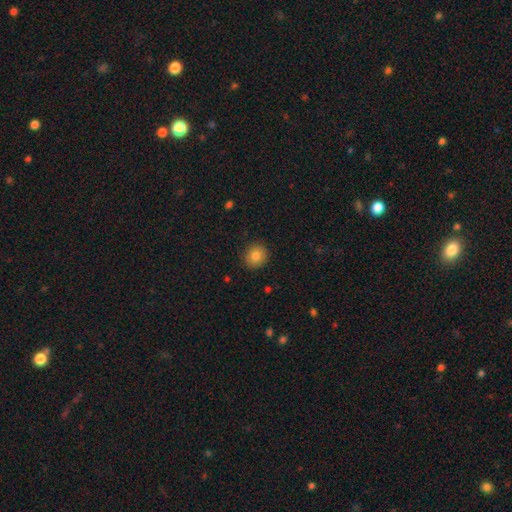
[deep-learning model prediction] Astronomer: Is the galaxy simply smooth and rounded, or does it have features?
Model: smooth — 83%.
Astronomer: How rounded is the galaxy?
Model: round — 85%.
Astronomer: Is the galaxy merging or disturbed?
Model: none — 90%.